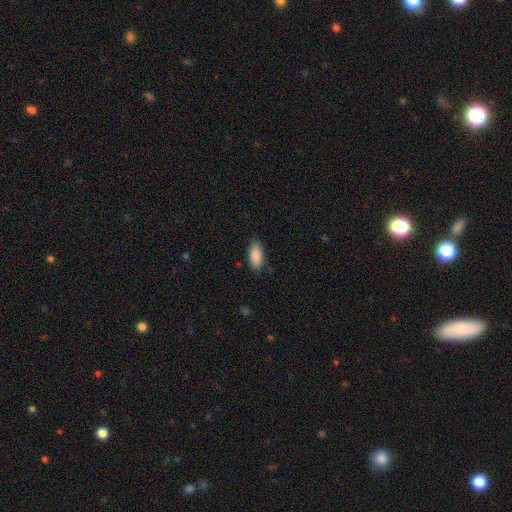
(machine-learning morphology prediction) smooth 90%, star or artifact 6%, featured or disk 4%. Down the decision tree: how rounded — in between (88%); merging — none (84%).